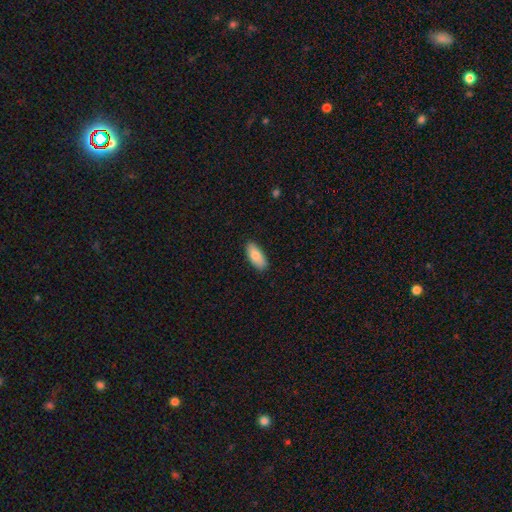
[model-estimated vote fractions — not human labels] Smooth or featured: smooth — 85% (featured or disk — 9%)
How rounded: in between — 85% (cigar-shaped — 13%)
Merging: none — 88% (minor disturbance — 10%)